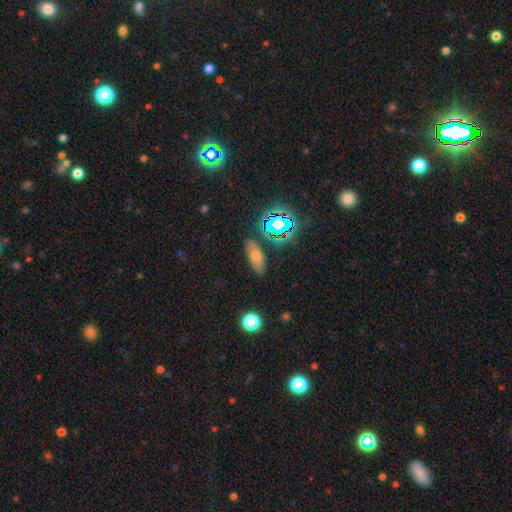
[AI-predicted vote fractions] smooth 55%, star or artifact 27%, featured or disk 17%. Down the decision tree: how rounded — in between (69%); merging — none (83%).